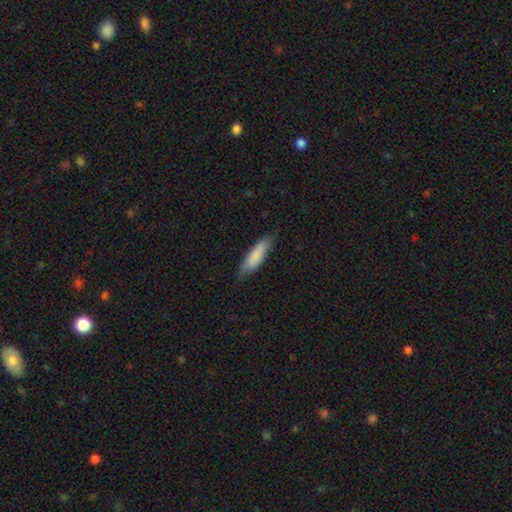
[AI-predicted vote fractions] This appears to be a smooth galaxy with no disk features (83%) that is cigar-shaped (61%). Merging: none (74%).